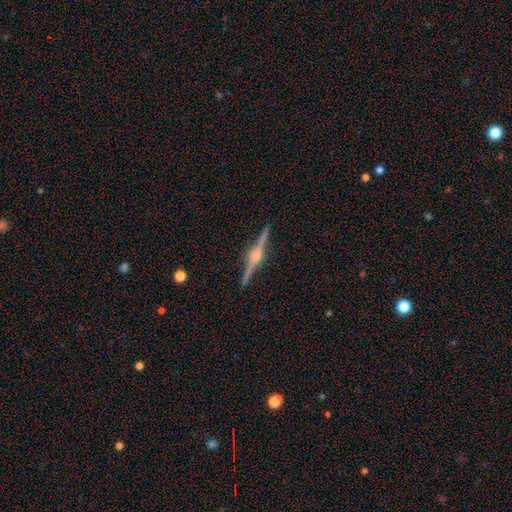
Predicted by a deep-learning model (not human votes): Morphology: type=featured or disk (88%); edge-on=yes (98%); edge-on bulge=rounded (86%); merging=none (91%).